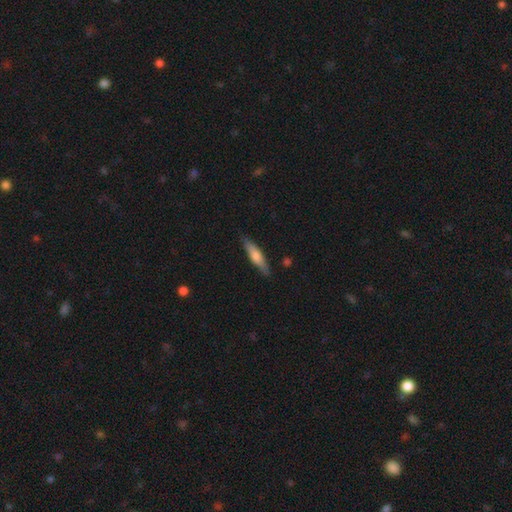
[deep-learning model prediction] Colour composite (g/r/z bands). It shows a smooth galaxy with no disk features (59%) that is cigar-shaped (78%). Merging: none (85%).